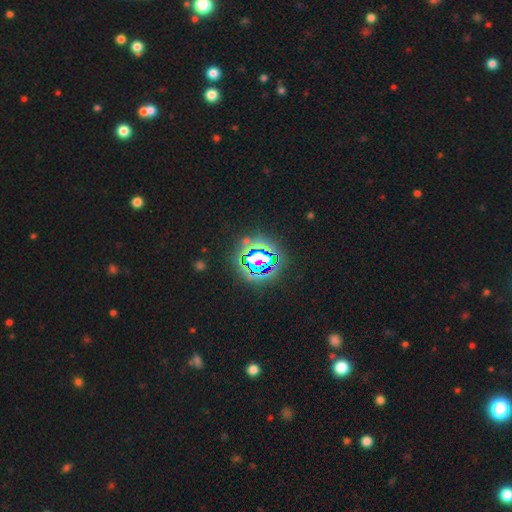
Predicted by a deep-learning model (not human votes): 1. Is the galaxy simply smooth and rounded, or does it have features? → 78% star or artifact, 13% smooth, 9% featured or disk.